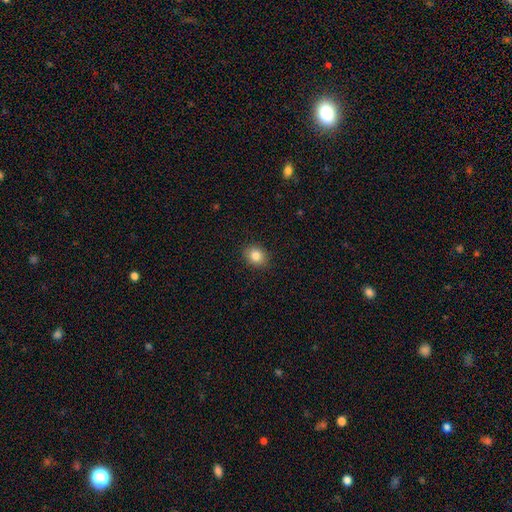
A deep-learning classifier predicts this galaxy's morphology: smooth-or-featured: smooth: 84% | star or artifact: 10% | featured or disk: 6%
  how-rounded: round: 59% | in between: 40% | cigar-shaped: 1%
  merging: none: 90% | minor disturbance: 7% | major disturbance: 2% | merger: 1%